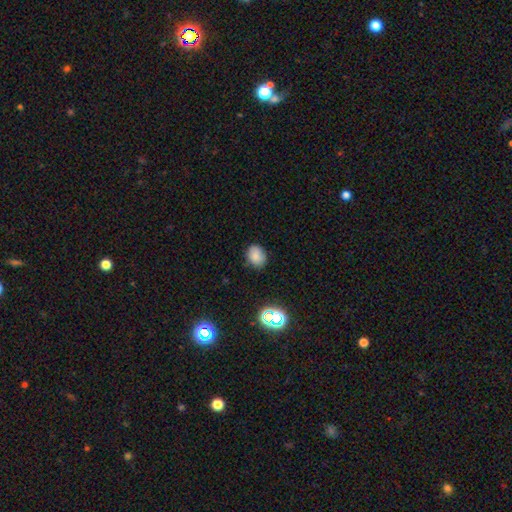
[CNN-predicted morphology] Q: Smooth or featured?
A: smooth (80%); runner-up: star or artifact (14%)
Q: How rounded?
A: in between (54%); runner-up: round (45%)
Q: Merging?
A: none (79%); runner-up: minor disturbance (16%)